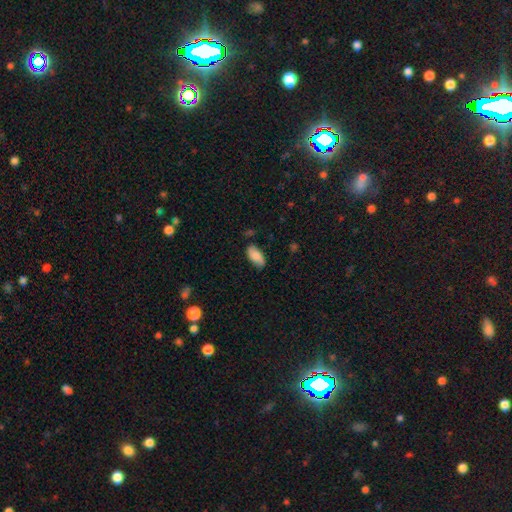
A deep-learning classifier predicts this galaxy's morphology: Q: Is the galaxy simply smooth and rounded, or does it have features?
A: smooth — 85%.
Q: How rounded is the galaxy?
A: in between — 92%.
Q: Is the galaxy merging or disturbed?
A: none — 77%.